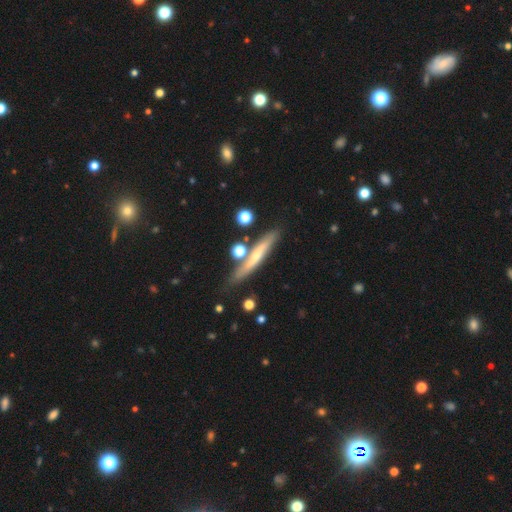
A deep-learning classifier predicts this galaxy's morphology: A featured or disk galaxy (50%) viewed edge-on (87%). Merging: none (74%).